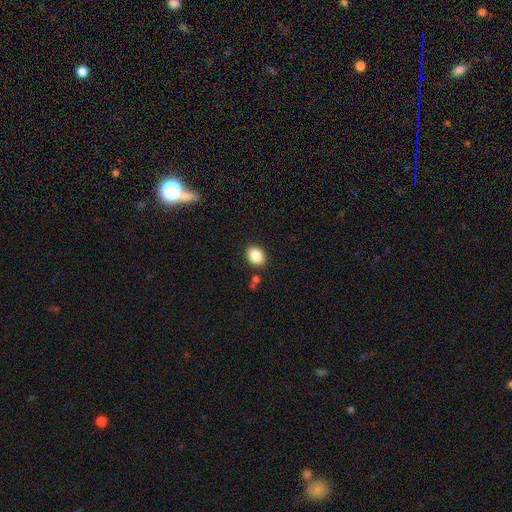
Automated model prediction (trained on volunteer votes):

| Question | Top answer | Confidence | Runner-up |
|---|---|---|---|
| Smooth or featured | smooth | 86% | star or artifact (8%) |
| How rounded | in between | 69% | round (30%) |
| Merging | none | 86% | minor disturbance (9%) |